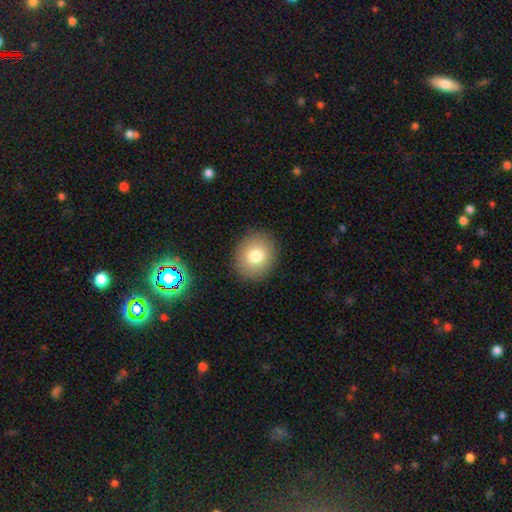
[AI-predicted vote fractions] Overall: smooth (78%). How rounded: round (72%). Merging: none (89%).